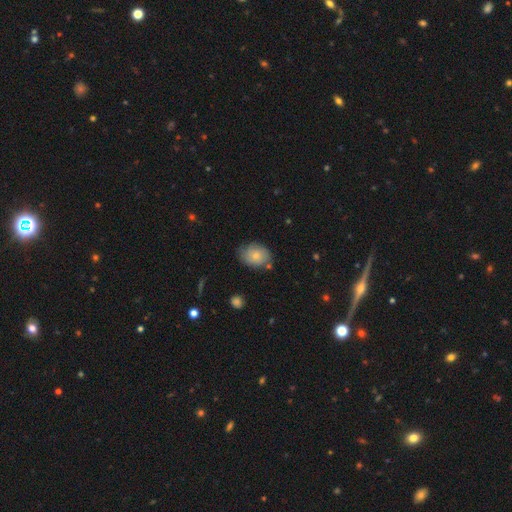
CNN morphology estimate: Smooth or featured? Predicted: smooth (p=0.73). How rounded? Predicted: in between (p=0.62). Merging? Predicted: none (p=0.68).